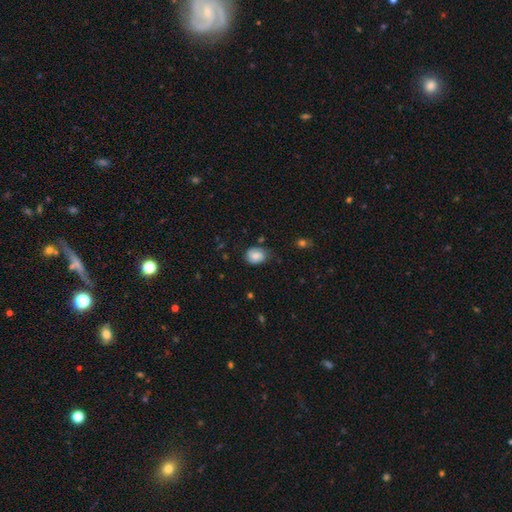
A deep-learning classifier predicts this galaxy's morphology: Smooth or featured?
  - smooth: 64% *
  - featured or disk: 27%
  - star or artifact: 9%
How rounded?
  - in between: 51% *
  - round: 48%
  - cigar-shaped: 1%
Merging?
  - none: 64% *
  - minor disturbance: 27%
  - major disturbance: 7%
  - merger: 2%